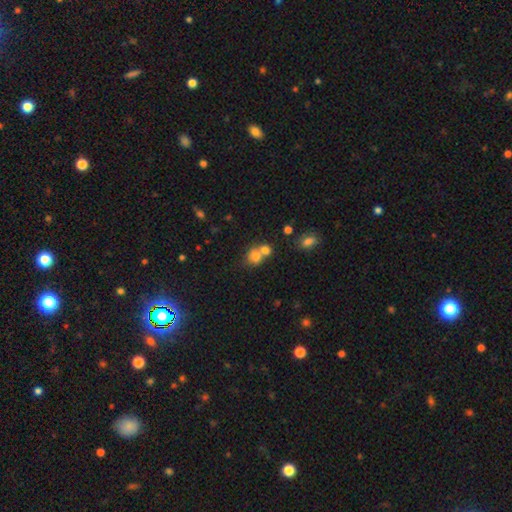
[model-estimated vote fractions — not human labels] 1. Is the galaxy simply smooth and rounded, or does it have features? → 76% smooth, 12% star or artifact, 12% featured or disk.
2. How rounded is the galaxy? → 74% round, 25% in between, 1% cigar-shaped.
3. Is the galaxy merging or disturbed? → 53% merger, 37% none, 7% minor disturbance, 3% major disturbance.